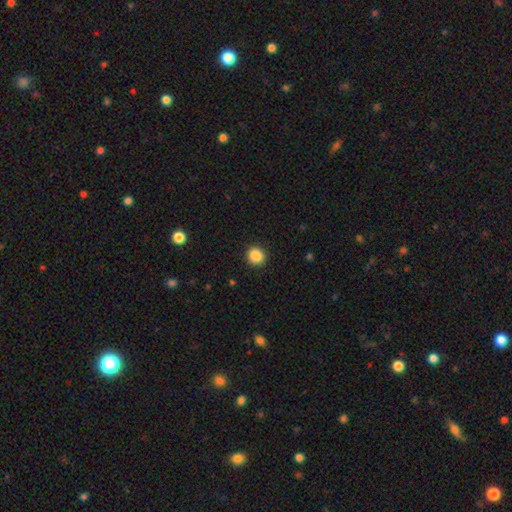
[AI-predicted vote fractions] Smooth or featured? smooth (88%)
How rounded? round (87%)
Merging? none (91%)